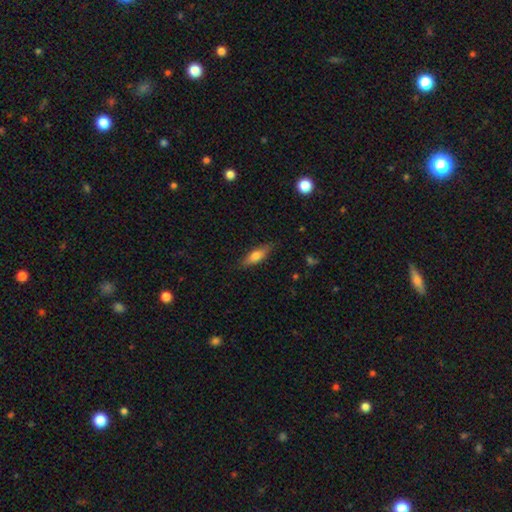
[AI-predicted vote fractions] The model was most divided on "how rounded": in between: 51%, cigar-shaped: 47%, round: 2%. More confident: merging — none (83%); smooth or featured — smooth (68%).